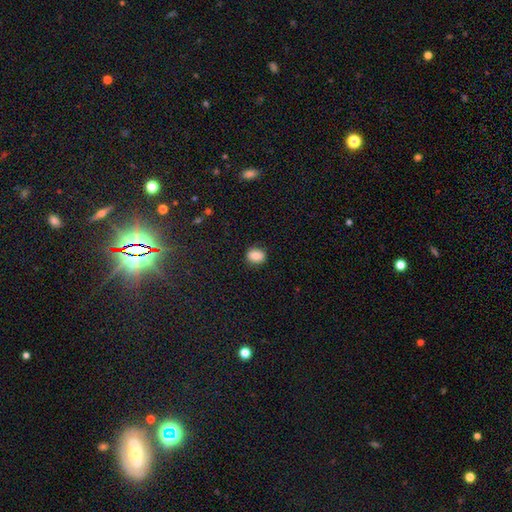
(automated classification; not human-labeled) Smooth or featured? smooth (85%)
How rounded? round (50%)
Merging? none (87%)